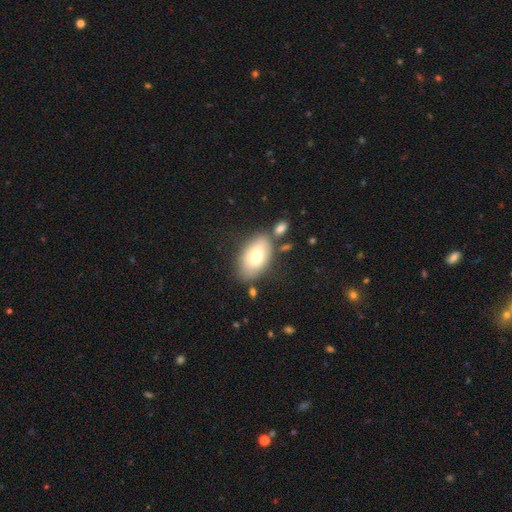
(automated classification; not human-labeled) Overall: smooth (74%). How rounded: in between (93%). Merging: none (69%).